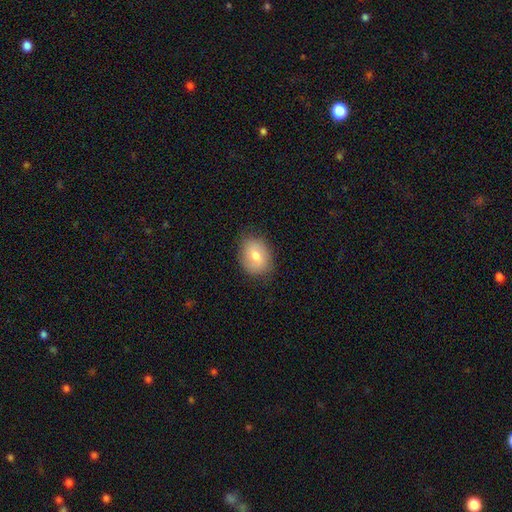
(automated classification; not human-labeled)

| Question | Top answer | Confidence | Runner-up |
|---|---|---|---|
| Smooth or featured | smooth | 70% | featured or disk (22%) |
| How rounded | in between | 62% | round (37%) |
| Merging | none | 81% | minor disturbance (15%) |